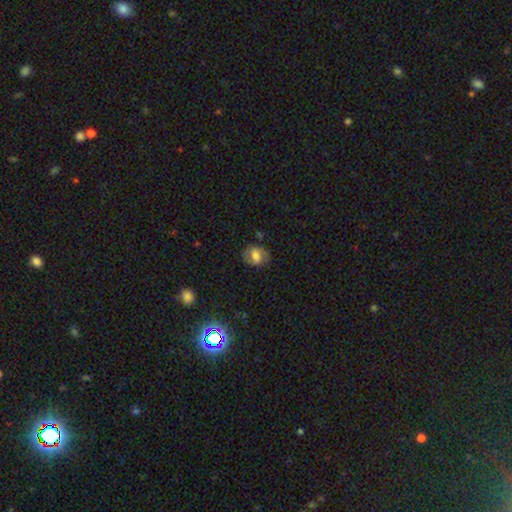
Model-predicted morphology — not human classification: type=smooth (59%); roundness=in between (54%); merging=none (73%).